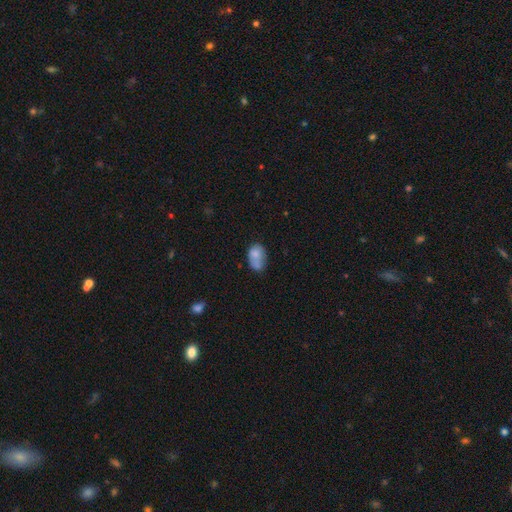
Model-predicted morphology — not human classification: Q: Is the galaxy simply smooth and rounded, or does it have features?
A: smooth — 73%.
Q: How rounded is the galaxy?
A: in between — 84%.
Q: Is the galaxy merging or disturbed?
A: none — 36%.